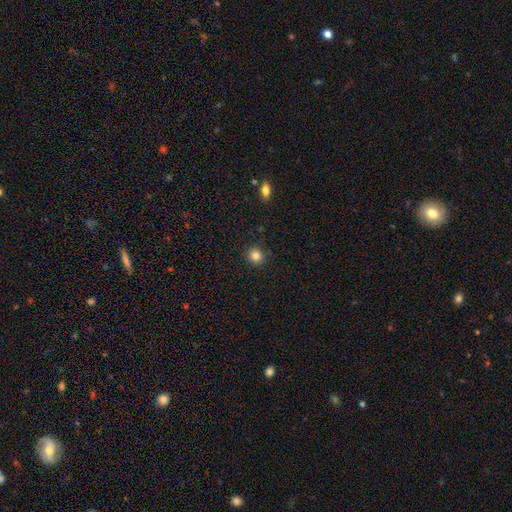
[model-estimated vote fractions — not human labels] This appears to be a smooth galaxy with no disk features (83%) that is round (90%). Merging: none (90%).